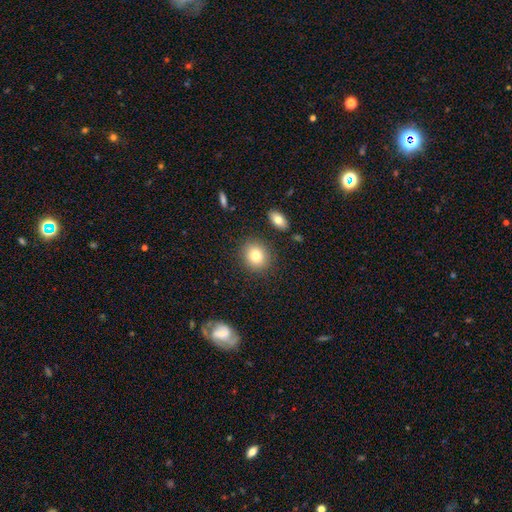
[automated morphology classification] This is likely a smooth galaxy (78%). How rounded: likely round (79%). Merging: clearly none (86%).